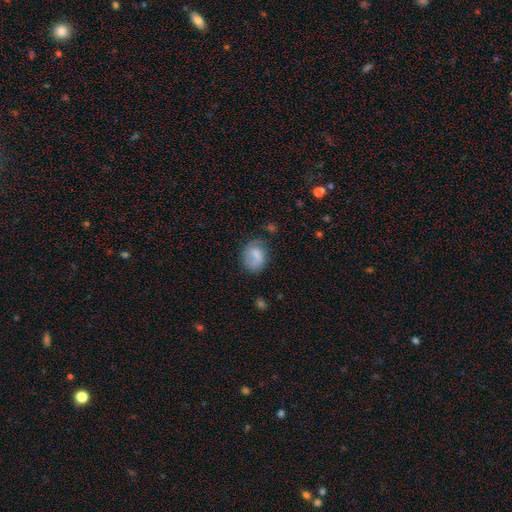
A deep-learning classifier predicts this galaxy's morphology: Smooth or featured? Predicted: smooth (p=0.72). How rounded? Predicted: in between (p=0.56). Merging? Predicted: none (p=0.58).